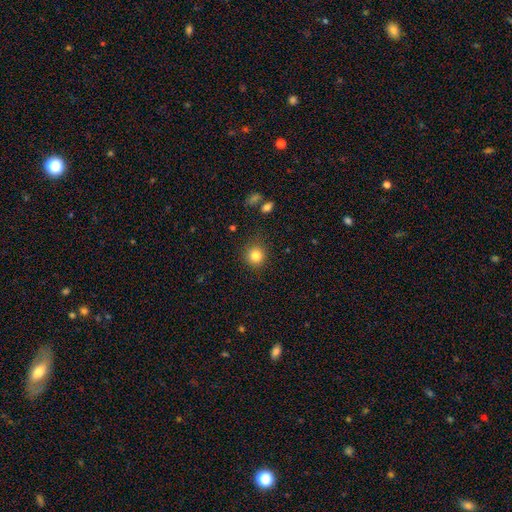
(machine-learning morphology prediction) smooth 83%, star or artifact 11%, featured or disk 6%. Down the decision tree: how rounded — round (91%); merging — none (86%).